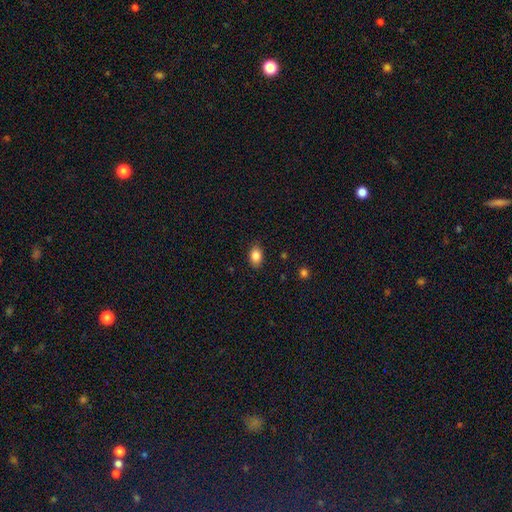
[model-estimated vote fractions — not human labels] Smooth or featured? smooth (86%)
How rounded? in between (84%)
Merging? none (86%)